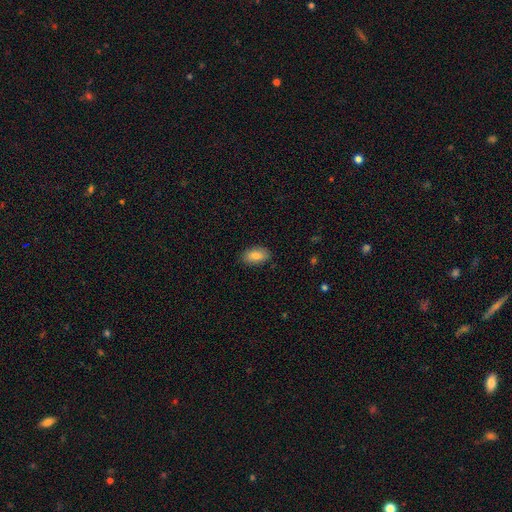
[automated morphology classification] A smooth galaxy with no disk features (85%) that is in between round and cigar-shaped (93%).

Vote fractions:
- Smooth or featured? smooth: 85% / featured or disk: 8% / star or artifact: 7%
- How rounded? in between: 93% / round: 4% / cigar-shaped: 3%
- Merging? none: 87% / minor disturbance: 10% / major disturbance: 2% / merger: 1%